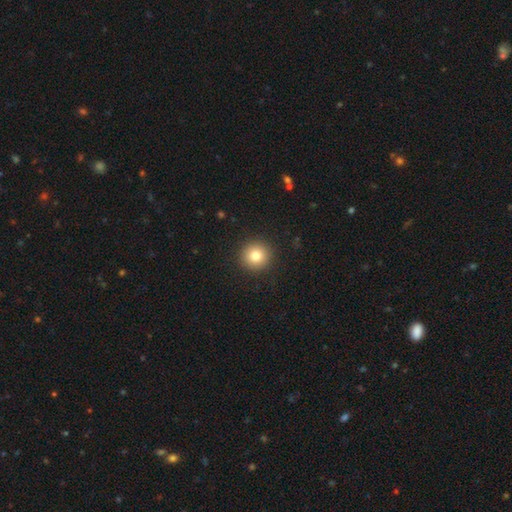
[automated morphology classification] A smooth galaxy with no disk features (82%) that is round (95%). Merging: none (92%).